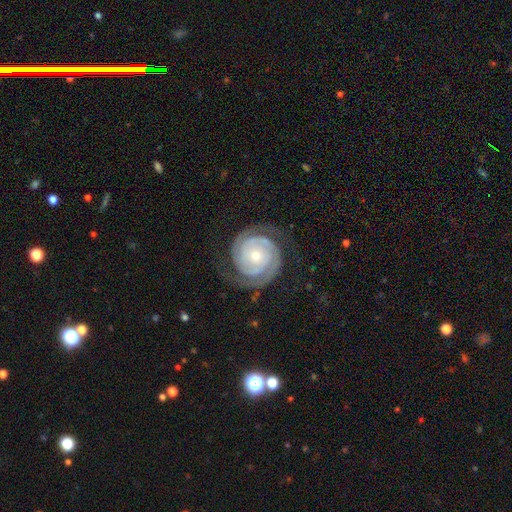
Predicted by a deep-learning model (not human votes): Morphology: type=featured or disk (91%); edge-on=no (98%); bar=no (74%); spiral arms=yes (98%); winding=tight (78%); arm count=2 (87%); bulge=small (64%); merging=none (79%).